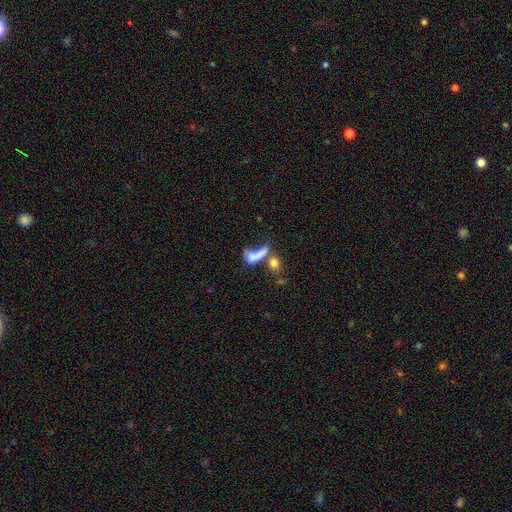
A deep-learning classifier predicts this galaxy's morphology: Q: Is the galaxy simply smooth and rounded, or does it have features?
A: smooth — 63%.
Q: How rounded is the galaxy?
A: in between — 55%.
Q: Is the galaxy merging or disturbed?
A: merger — 46%.